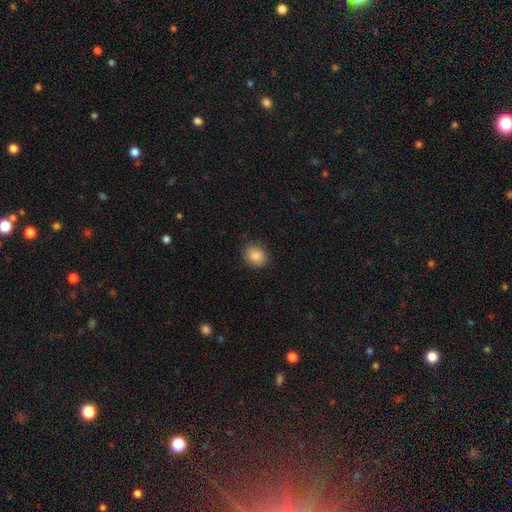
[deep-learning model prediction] Smooth or featured: smooth — 87% (star or artifact — 9%)
How rounded: round — 61% (in between — 39%)
Merging: none — 87% (minor disturbance — 9%)